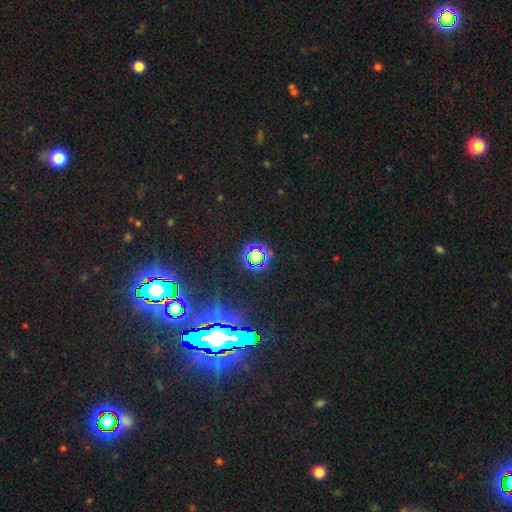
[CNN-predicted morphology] Overall: star or artifact (66%).